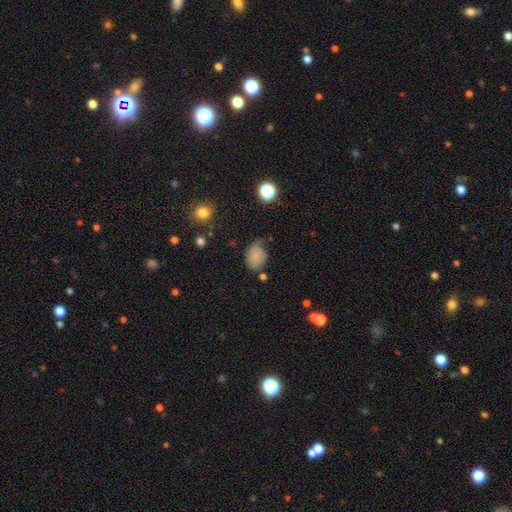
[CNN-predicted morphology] smooth 77%, featured or disk 12%, star or artifact 11%. Down the decision tree: how rounded — in between (70%); merging — none (44%).